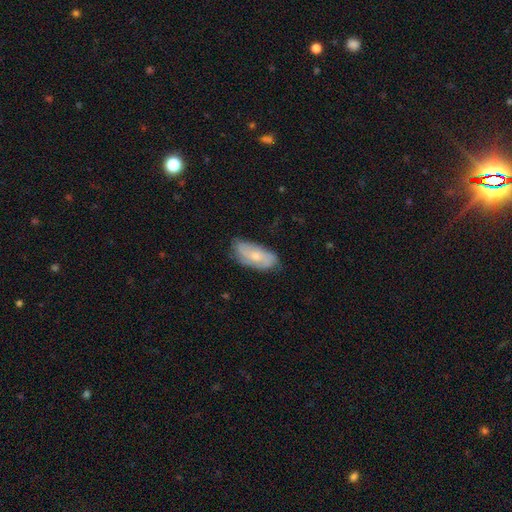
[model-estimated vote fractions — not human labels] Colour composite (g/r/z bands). It shows a featured or disk galaxy (49%). Merging: none (69%).